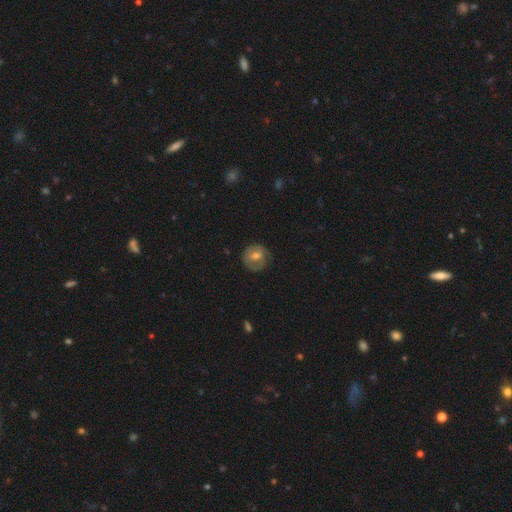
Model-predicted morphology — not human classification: type=smooth (49%); merging=none (76%).